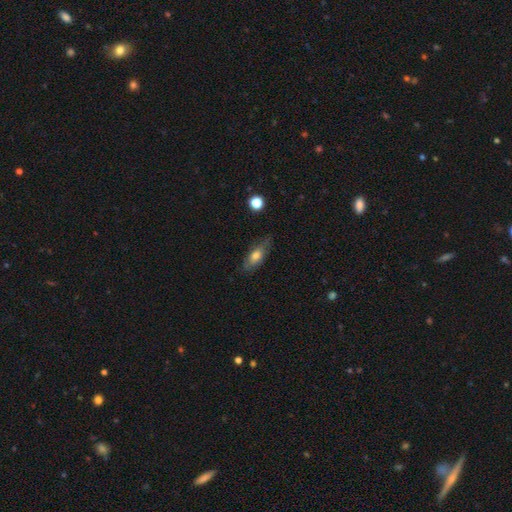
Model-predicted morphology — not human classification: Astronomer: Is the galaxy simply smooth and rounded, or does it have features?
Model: smooth — 65%.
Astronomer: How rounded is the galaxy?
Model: in between — 74%.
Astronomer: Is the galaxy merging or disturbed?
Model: none — 68%.